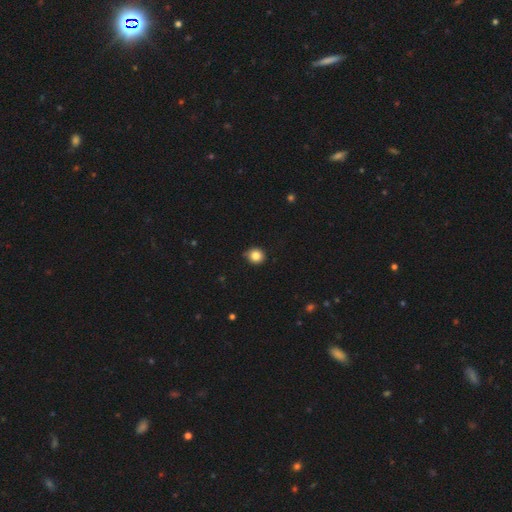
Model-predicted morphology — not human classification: A smooth galaxy with no disk features (84%) that is round (88%).

Vote fractions:
- Smooth or featured? smooth: 84% / star or artifact: 11% / featured or disk: 5%
- How rounded? round: 88% / in between: 11% / cigar-shaped: 1%
- Merging? none: 80% / minor disturbance: 16% / major disturbance: 2% / merger: 1%